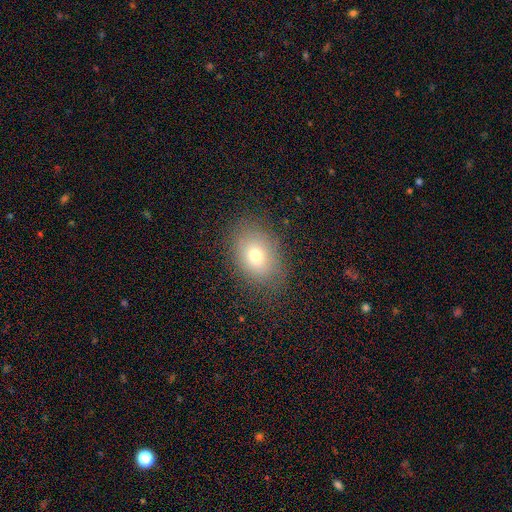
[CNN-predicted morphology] Q: Smooth or featured?
A: smooth (71%); runner-up: featured or disk (16%)
Q: How rounded?
A: in between (71%); runner-up: round (28%)
Q: Merging?
A: none (80%); runner-up: minor disturbance (14%)